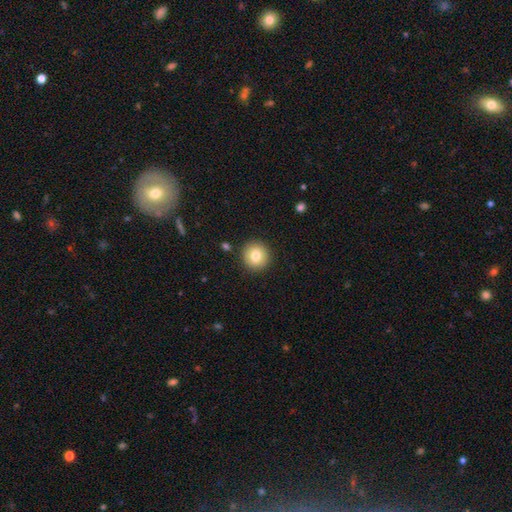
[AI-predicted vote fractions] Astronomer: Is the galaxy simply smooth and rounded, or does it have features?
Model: smooth — 80%.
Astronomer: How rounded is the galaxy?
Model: round — 93%.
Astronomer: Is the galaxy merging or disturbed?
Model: none — 90%.